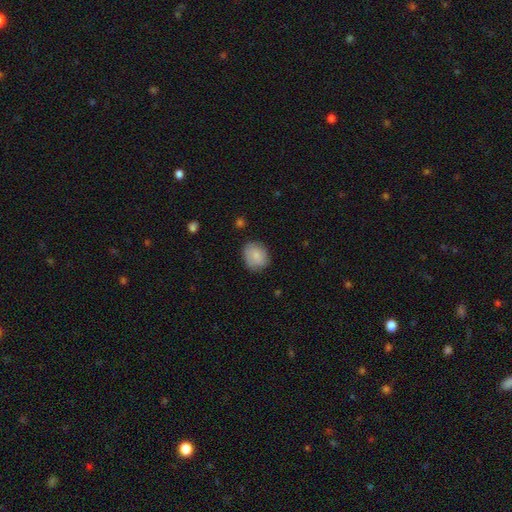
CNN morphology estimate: smooth 78%, featured or disk 15%, star or artifact 7%. Down the decision tree: how rounded — round (60%); merging — none (78%).